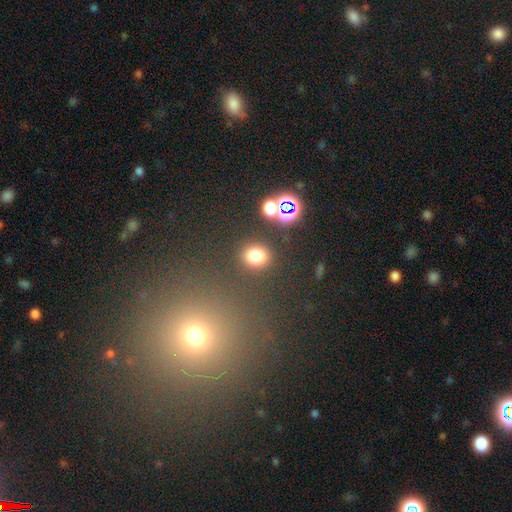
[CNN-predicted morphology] smooth_or_featured: smooth (p=0.77) [alt: star or artifact p=0.16]
how_rounded: round (p=0.74) [alt: in between p=0.25]
merging: none (p=0.82) [alt: minor disturbance p=0.09]